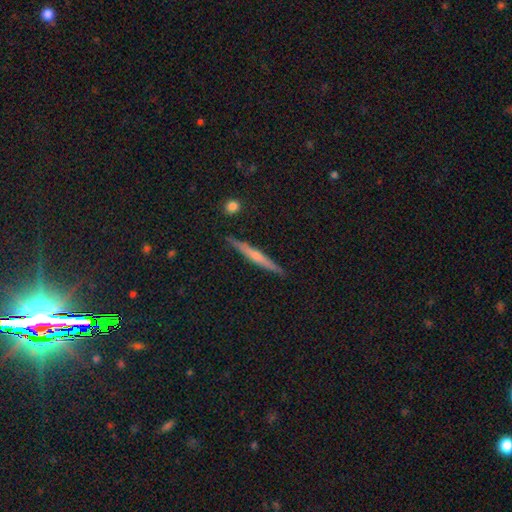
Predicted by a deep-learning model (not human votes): smooth-or-featured: featured or disk: 59% | smooth: 24% | star or artifact: 17%
  disk-edge-on: yes: 96% | no: 4%
    edge-on-bulge: rounded: 67% | none: 24% | boxy: 8%
  merging: none: 89% | minor disturbance: 8% | major disturbance: 2% | merger: 2%